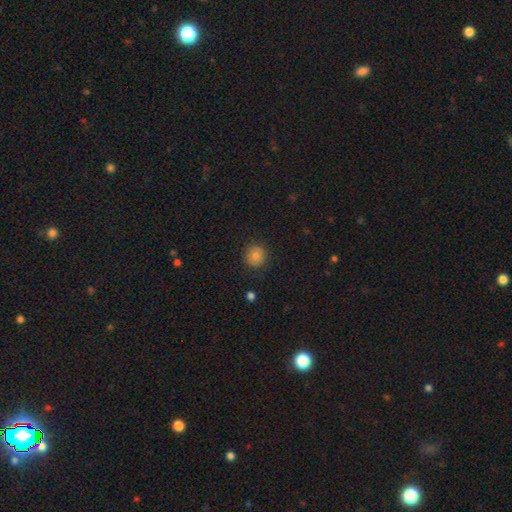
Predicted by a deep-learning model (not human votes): smooth_or_featured: smooth (p=0.82) [alt: star or artifact p=0.10]
how_rounded: round (p=0.92) [alt: in between p=0.07]
merging: none (p=0.88) [alt: minor disturbance p=0.08]